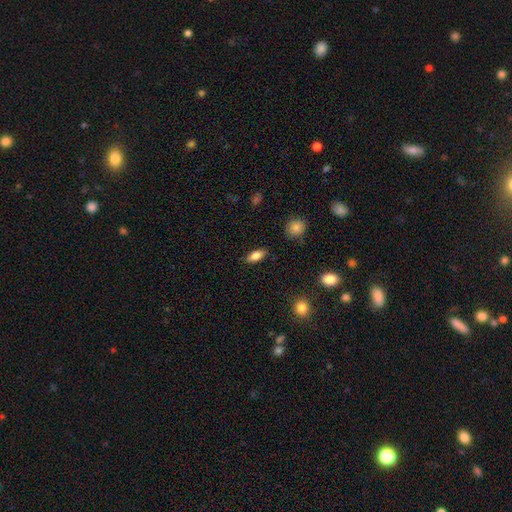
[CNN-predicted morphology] smooth-or-featured: smooth: 78% | featured or disk: 15% | star or artifact: 8%
  how-rounded: in between: 80% | cigar-shaped: 16% | round: 4%
  merging: none: 85% | minor disturbance: 11% | major disturbance: 3% | merger: 1%